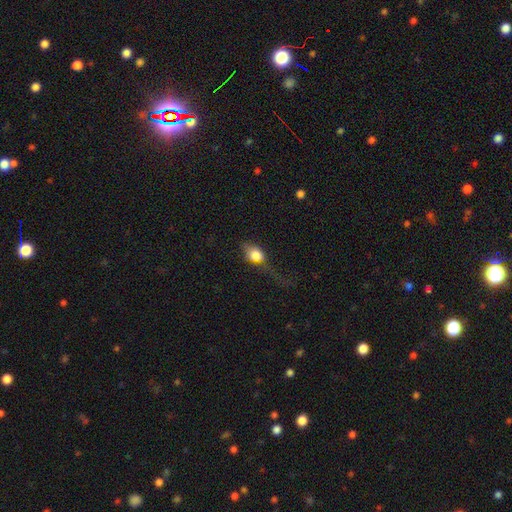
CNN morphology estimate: Q: Smooth or featured?
A: smooth (69%); runner-up: featured or disk (20%)
Q: How rounded?
A: in between (65%); runner-up: round (27%)
Q: Merging?
A: major disturbance (44%); runner-up: none (28%)